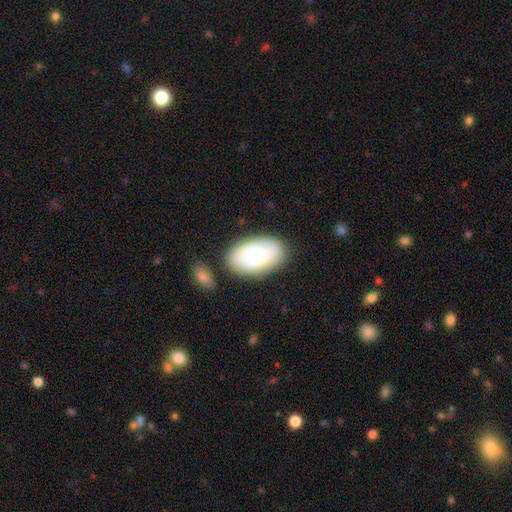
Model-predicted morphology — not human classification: type=smooth (61%); roundness=in between (93%); merging=none (67%).